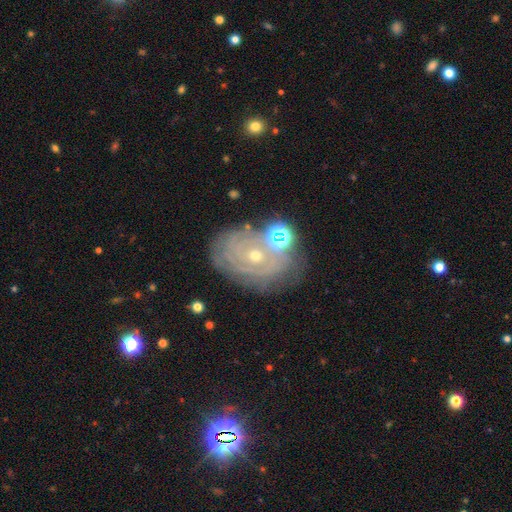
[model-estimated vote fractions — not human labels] This appears to be a featured or disk galaxy (78%) with no bar (79%), tight (81%) spiral arms (89%) and a small central bulge (66%). Merging: none (66%).